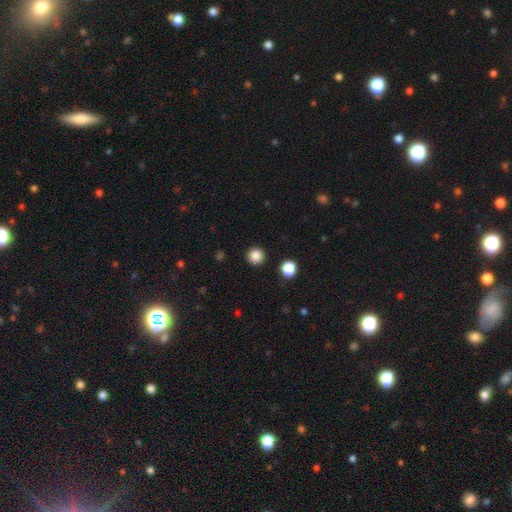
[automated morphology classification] Smooth or featured: smooth — 86% (star or artifact — 11%)
How rounded: round — 95% (in between — 4%)
Merging: none — 92% (minor disturbance — 4%)